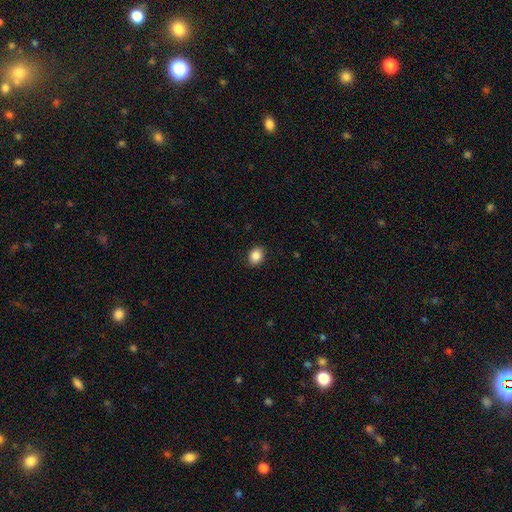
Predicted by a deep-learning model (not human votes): This appears to be a smooth galaxy with no disk features (87%) that is in between round and cigar-shaped (54%). Merging: none (89%).